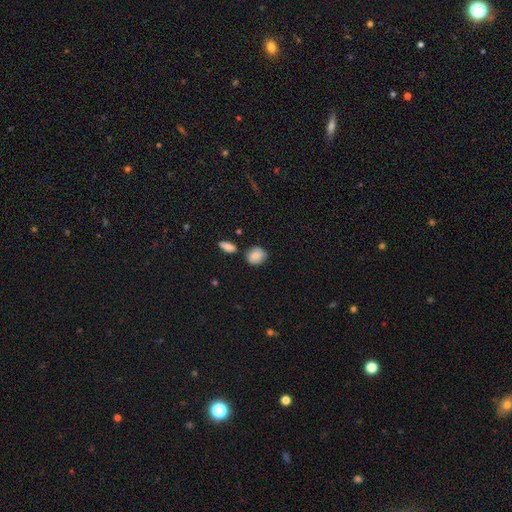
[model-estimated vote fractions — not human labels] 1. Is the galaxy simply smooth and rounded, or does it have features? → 84% smooth, 9% featured or disk, 7% star or artifact.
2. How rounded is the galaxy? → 68% round, 31% in between, 2% cigar-shaped.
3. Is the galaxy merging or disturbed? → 76% none, 14% minor disturbance, 7% merger, 3% major disturbance.